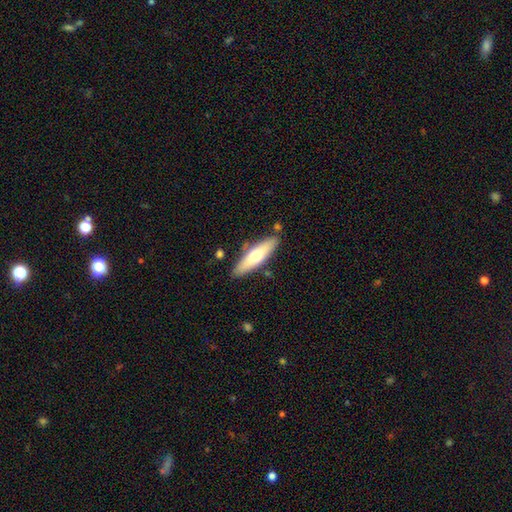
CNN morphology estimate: Smooth or featured?
  - smooth: 59% *
  - featured or disk: 36%
  - star or artifact: 5%
How rounded?
  - cigar-shaped: 66% *
  - in between: 32%
  - round: 2%
Merging?
  - none: 83% *
  - minor disturbance: 11%
  - merger: 3%
  - major disturbance: 2%